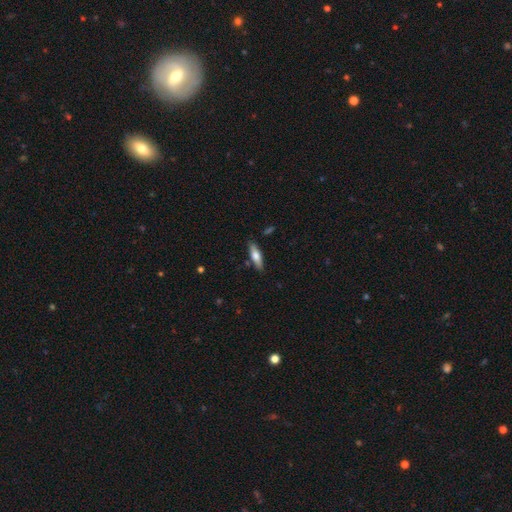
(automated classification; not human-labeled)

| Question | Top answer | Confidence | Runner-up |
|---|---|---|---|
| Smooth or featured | smooth | 61% | featured or disk (33%) |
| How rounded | cigar-shaped | 56% | in between (42%) |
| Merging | none | 84% | minor disturbance (11%) |